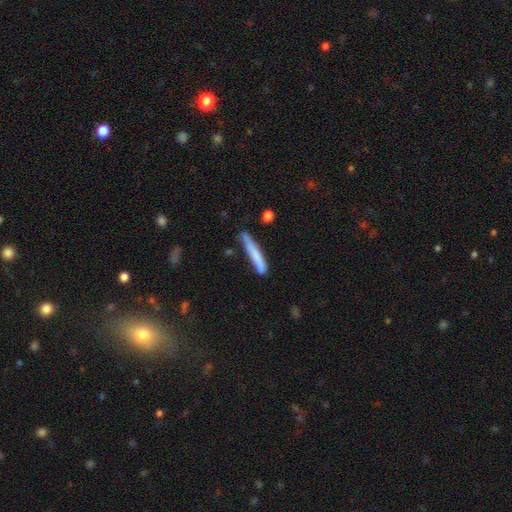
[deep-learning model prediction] A smooth galaxy with no disk features (72%) that is cigar-shaped (95%).

Vote fractions:
- Smooth or featured? smooth: 72% / featured or disk: 22% / star or artifact: 6%
- How rounded? cigar-shaped: 95% / in between: 4% / round: 1%
- Merging? none: 71% / minor disturbance: 21% / major disturbance: 4% / merger: 4%